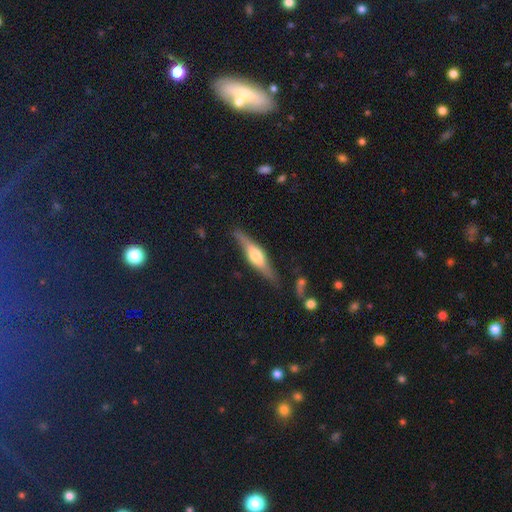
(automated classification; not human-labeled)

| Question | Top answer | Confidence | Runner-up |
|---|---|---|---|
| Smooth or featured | featured or disk | 67% | smooth (27%) |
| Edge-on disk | yes | 93% | no (7%) |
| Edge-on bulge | rounded | 85% | boxy (11%) |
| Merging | none | 79% | minor disturbance (14%) |